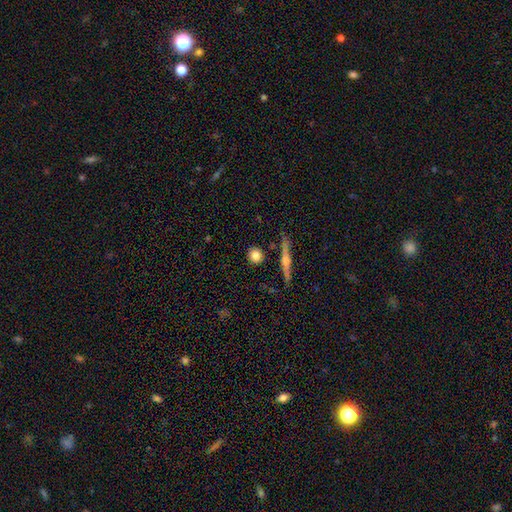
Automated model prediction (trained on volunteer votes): Smooth or featured? Predicted: smooth (p=0.78). How rounded? Predicted: round (p=0.86). Merging? Predicted: none (p=0.86).